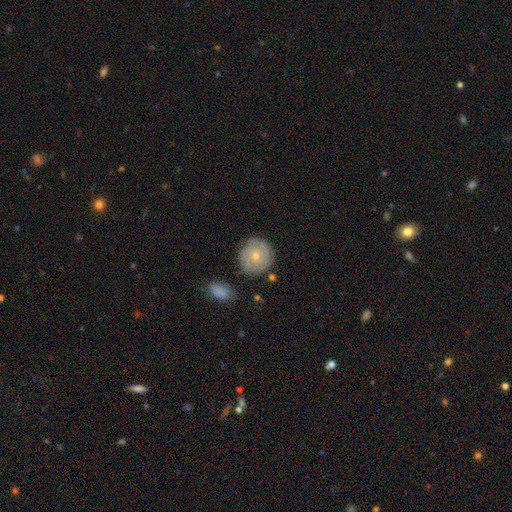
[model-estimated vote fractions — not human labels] Smooth or featured: featured or disk — 48% (smooth — 45%)
Merging: none — 77% (minor disturbance — 16%)